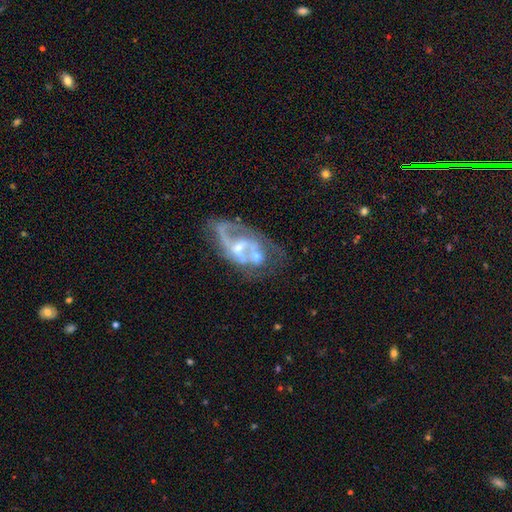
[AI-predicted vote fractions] Morphology: type=featured or disk (79%); edge-on=no (96%); bar=no (50%); spiral arms=yes (71%); winding=medium (42%); arm count=2 (54%); bulge=small (52%); merging=none (34%).